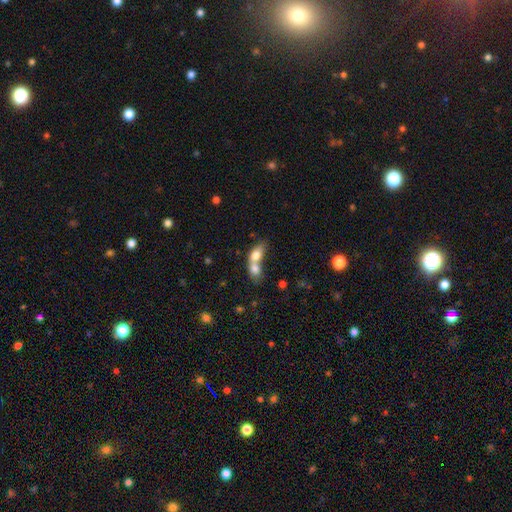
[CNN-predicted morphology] type=smooth (74%); roundness=in between (74%); merging=merger (78%).